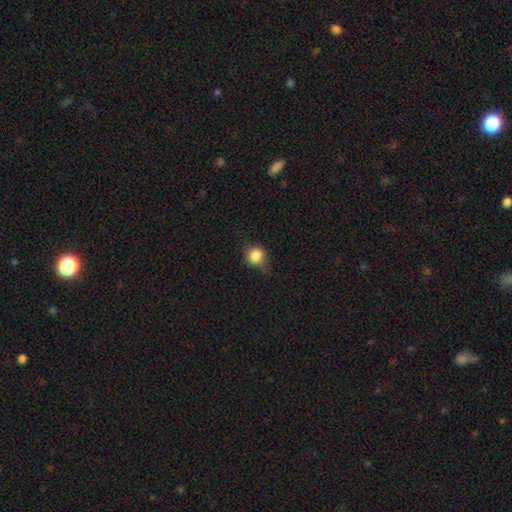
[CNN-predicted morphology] A smooth galaxy with no disk features (85%) that is round (84%). Merging: none (67%).